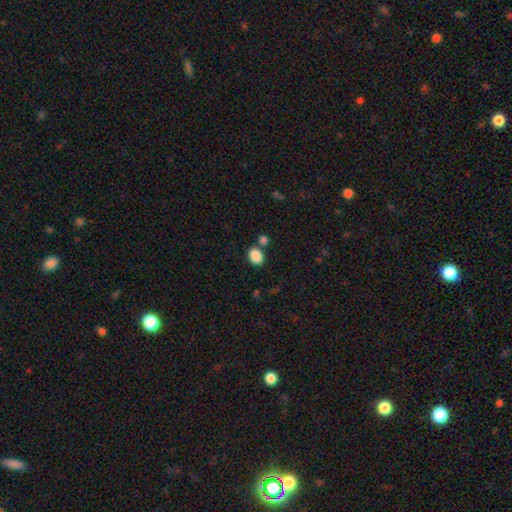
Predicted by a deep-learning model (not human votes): This is clearly a smooth galaxy (88%). How rounded: likely in between (73%). Merging: likely none (68%).